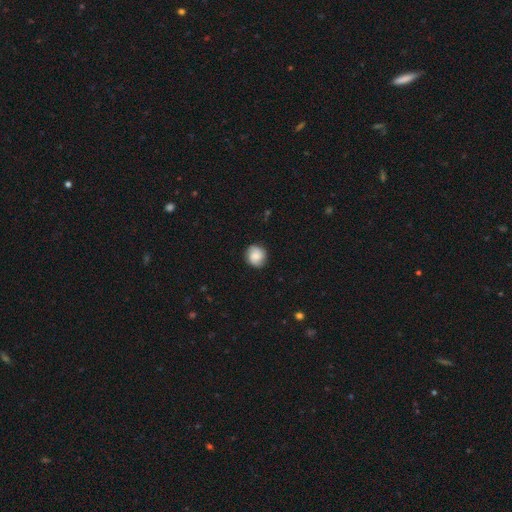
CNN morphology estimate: Smooth or featured? smooth (64%)
How rounded? round (84%)
Merging? none (85%)